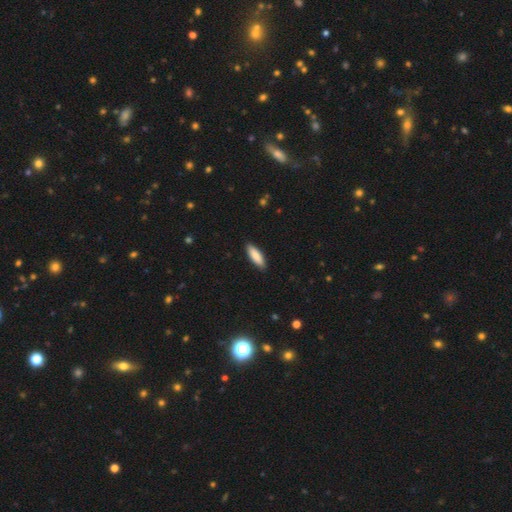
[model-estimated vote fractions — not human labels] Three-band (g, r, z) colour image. It shows a smooth galaxy with no disk features (87%) that is in between round and cigar-shaped (51%). Merging: none (89%).